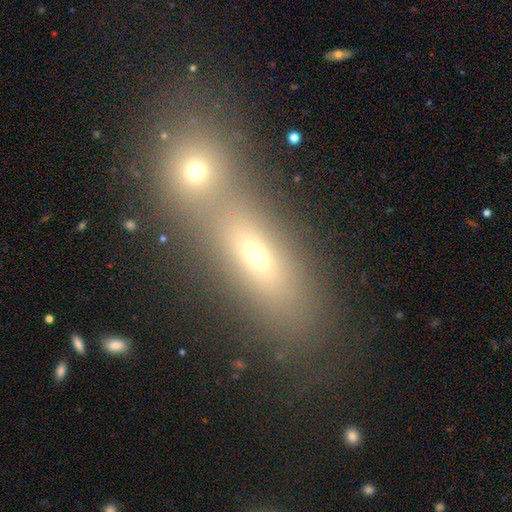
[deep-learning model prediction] A smooth galaxy with no disk features (64%) that is in between round and cigar-shaped (59%).

Vote fractions:
- Smooth or featured? smooth: 64% / featured or disk: 20% / star or artifact: 16%
- How rounded? in between: 59% / cigar-shaped: 27% / round: 14%
- Merging? merger: 54% / none: 35% / minor disturbance: 7% / major disturbance: 4%